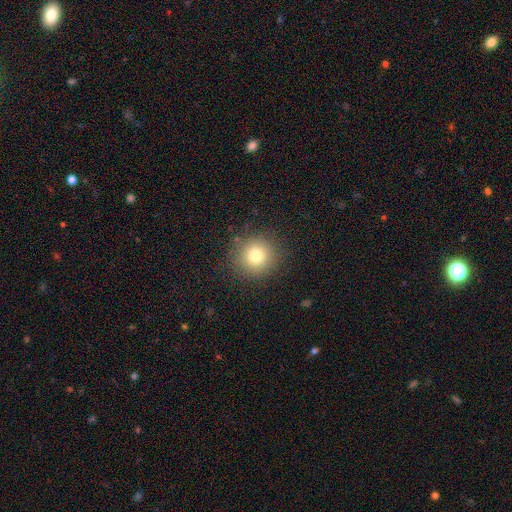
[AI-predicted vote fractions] smooth 78%, star or artifact 13%, featured or disk 9%. Down the decision tree: how rounded — round (93%); merging — none (88%).